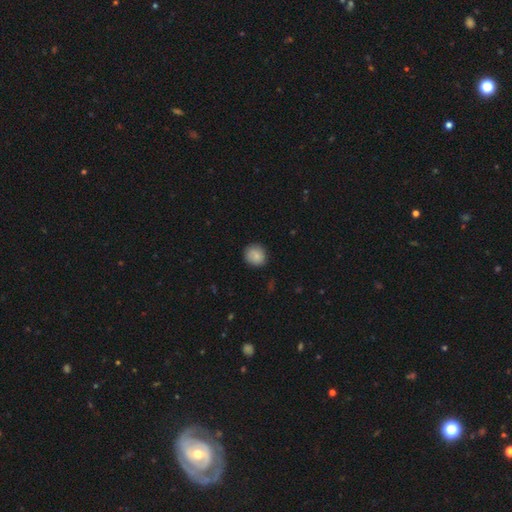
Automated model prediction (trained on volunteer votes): smooth_or_featured: smooth (p=0.84) [alt: featured or disk p=0.08]
how_rounded: round (p=0.87) [alt: in between p=0.12]
merging: none (p=0.85) [alt: minor disturbance p=0.11]